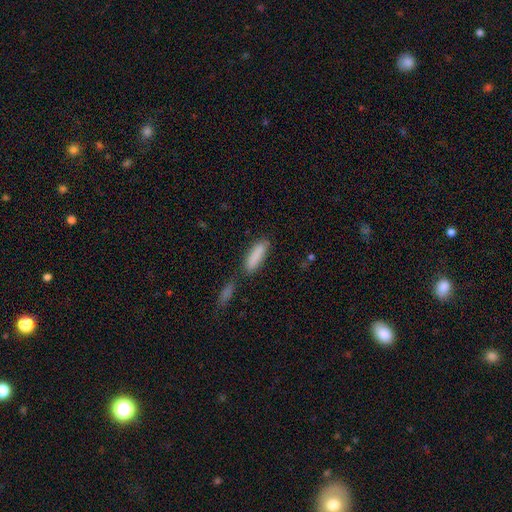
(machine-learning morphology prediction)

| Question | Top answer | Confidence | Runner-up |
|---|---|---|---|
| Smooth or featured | smooth | 87% | star or artifact (7%) |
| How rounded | cigar-shaped | 53% | in between (45%) |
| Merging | none | 64% | merger (18%) |